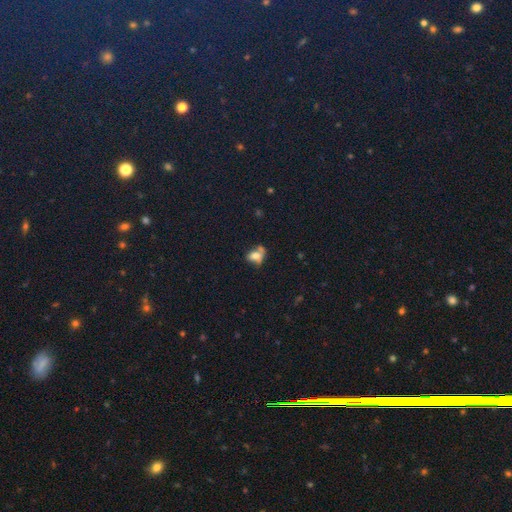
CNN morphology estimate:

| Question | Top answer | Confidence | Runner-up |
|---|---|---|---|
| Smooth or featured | smooth | 66% | featured or disk (20%) |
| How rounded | in between | 71% | round (27%) |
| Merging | merger | 40% | none (29%) |